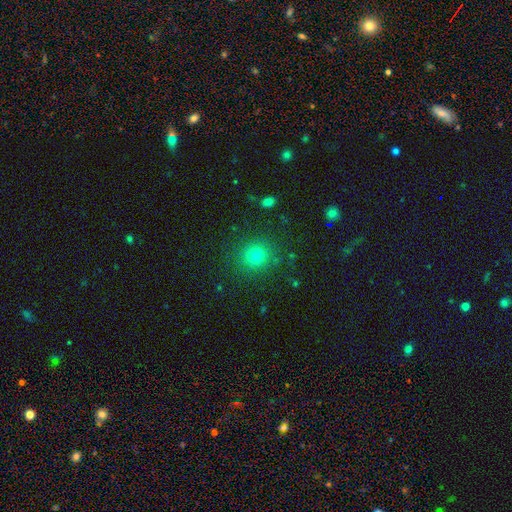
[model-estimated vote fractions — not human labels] Smooth or featured: smooth — 76% (star or artifact — 17%)
How rounded: round — 89% (in between — 10%)
Merging: none — 88% (minor disturbance — 7%)